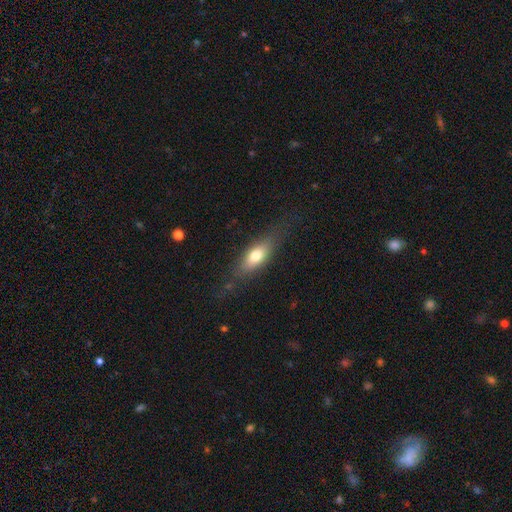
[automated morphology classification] The model was most divided on "how rounded": in between: 69%, cigar-shaped: 26%, round: 5%. More confident: merging — none (73%); smooth or featured — smooth (69%).